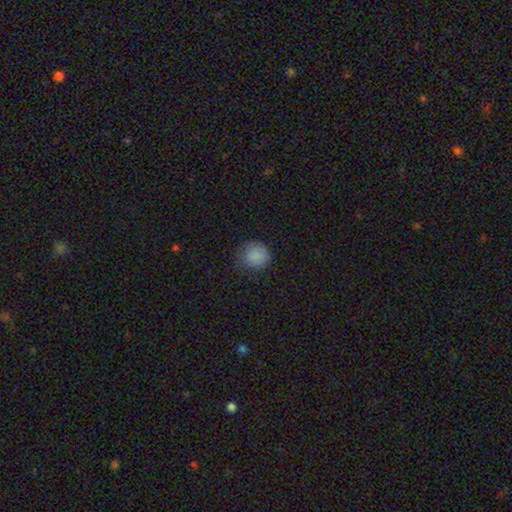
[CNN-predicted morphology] Q: Smooth or featured?
A: smooth (85%); runner-up: star or artifact (10%)
Q: How rounded?
A: round (87%); runner-up: in between (12%)
Q: Merging?
A: none (70%); runner-up: minor disturbance (22%)